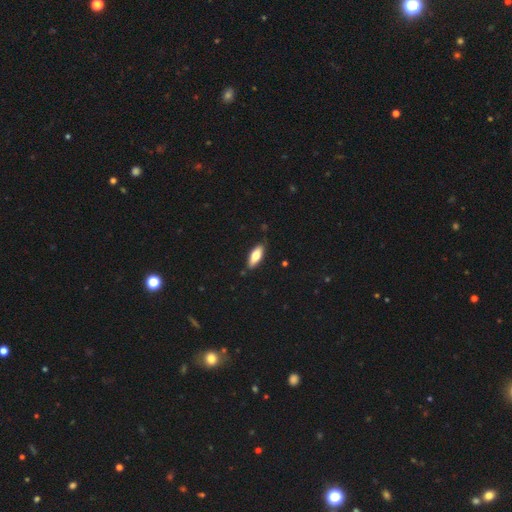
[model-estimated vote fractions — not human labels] A smooth galaxy with no disk features (72%) that is in between round and cigar-shaped (71%).

Vote fractions:
- Smooth or featured? smooth: 72% / featured or disk: 22% / star or artifact: 6%
- How rounded? in between: 71% / cigar-shaped: 27% / round: 2%
- Merging? none: 85% / minor disturbance: 12% / major disturbance: 2% / merger: 1%